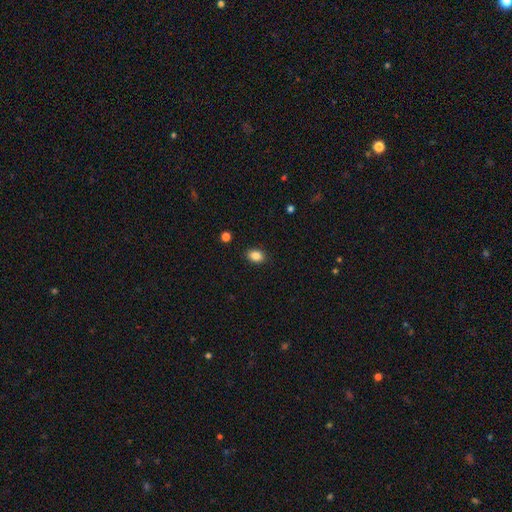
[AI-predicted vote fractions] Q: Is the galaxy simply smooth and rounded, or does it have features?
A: smooth — 86%.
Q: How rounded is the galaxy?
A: in between — 73%.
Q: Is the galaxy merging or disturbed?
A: none — 89%.